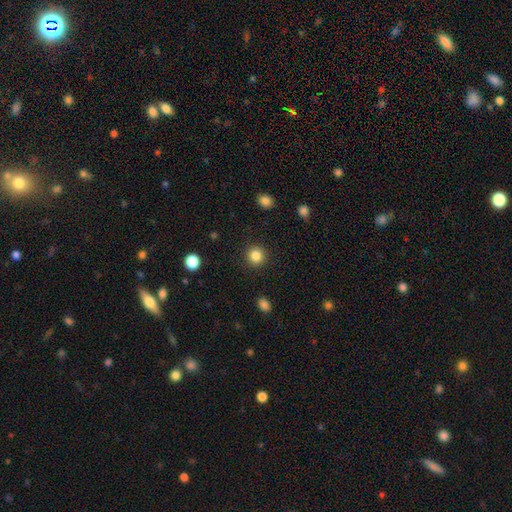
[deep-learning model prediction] Overall: smooth (85%). How rounded: round (92%). Merging: none (91%).